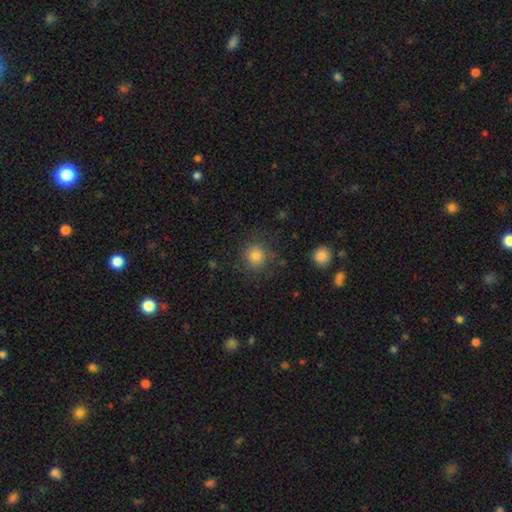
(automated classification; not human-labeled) Smooth or featured: smooth — 81% (star or artifact — 12%)
How rounded: round — 92% (in between — 7%)
Merging: none — 80% (minor disturbance — 12%)